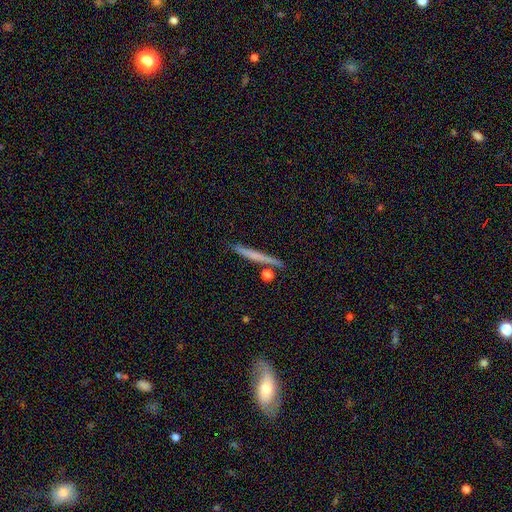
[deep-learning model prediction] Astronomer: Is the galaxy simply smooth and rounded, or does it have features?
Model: smooth — 54% (runner-up: featured or disk, 39%).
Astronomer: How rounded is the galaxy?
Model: cigar-shaped — 95%.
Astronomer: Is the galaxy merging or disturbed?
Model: none — 83%.